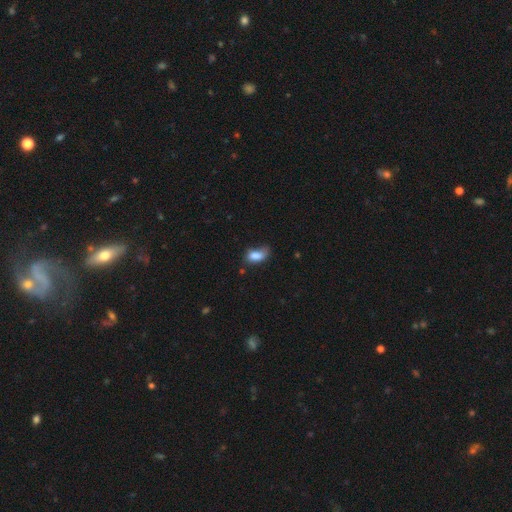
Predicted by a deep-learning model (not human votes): smooth-or-featured: smooth: 81% | featured or disk: 10% | star or artifact: 9%
  how-rounded: in between: 89% | round: 7% | cigar-shaped: 4%
  merging: minor disturbance: 38% | none: 36% | major disturbance: 20% | merger: 6%